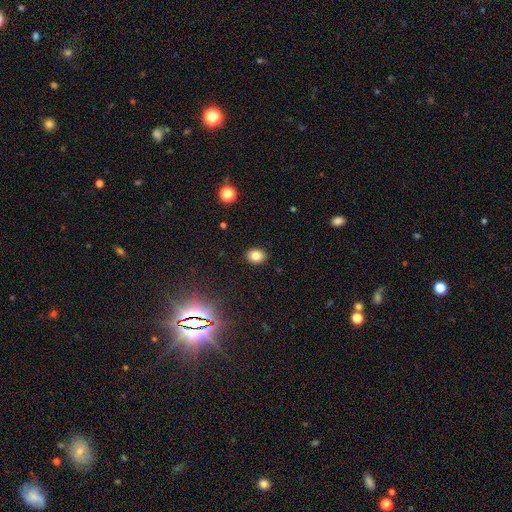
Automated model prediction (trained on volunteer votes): This is clearly a smooth galaxy (81%). How rounded: possibly round (51%). Merging: clearly none (90%).